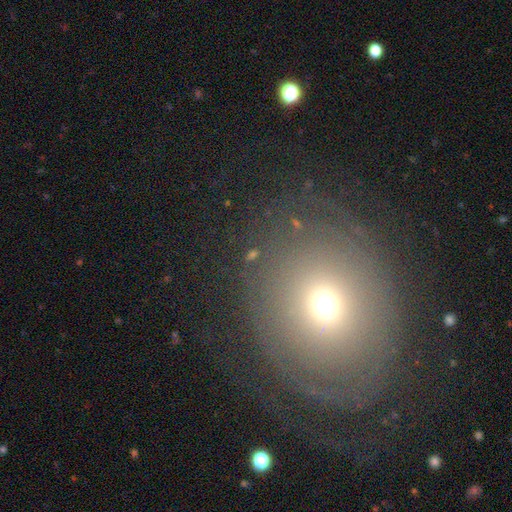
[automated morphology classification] This is possibly a smooth galaxy (52%). How rounded: likely round (76%). Merging: likely none (78%).